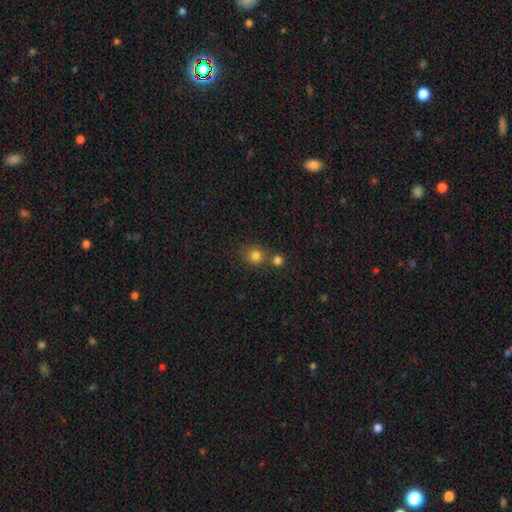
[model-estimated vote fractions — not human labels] The model was most divided on "merging": none: 63%, merger: 26%, minor disturbance: 8%, major disturbance: 3%. More confident: how rounded — round (86%); smooth or featured — smooth (80%).